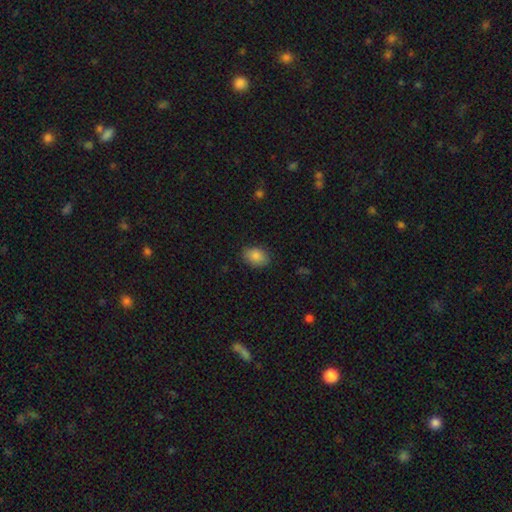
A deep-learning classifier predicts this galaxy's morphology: smooth 86%, star or artifact 8%, featured or disk 6%. Down the decision tree: how rounded — in between (76%); merging — none (85%).